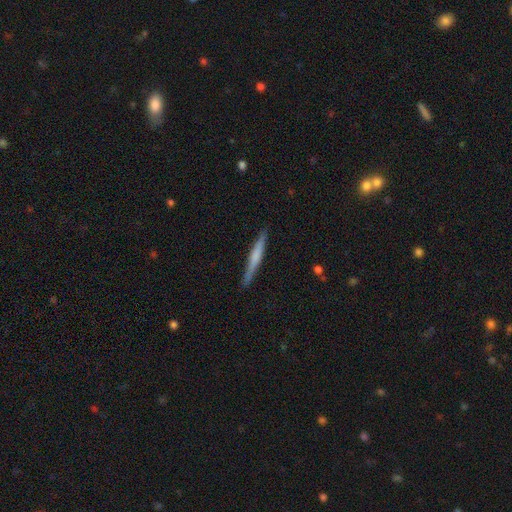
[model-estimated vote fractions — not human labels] Smooth or featured: featured or disk — 50% (smooth — 45%)
Merging: none — 89% (minor disturbance — 8%)